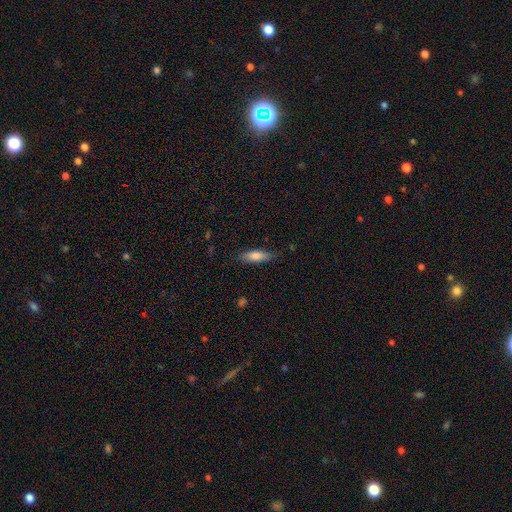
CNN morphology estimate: Smooth or featured: smooth — 77% (featured or disk — 17%)
How rounded: in between — 49% (tied with cigar-shaped — 49%)
Merging: none — 81% (minor disturbance — 15%)